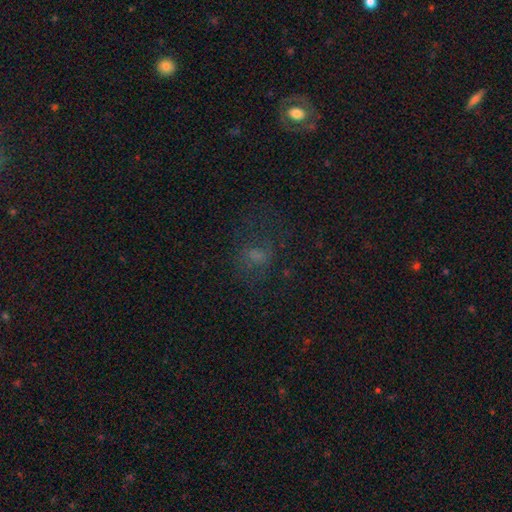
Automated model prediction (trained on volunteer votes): Smooth or featured? Predicted: smooth (p=0.47). Merging? Predicted: none (p=0.54).